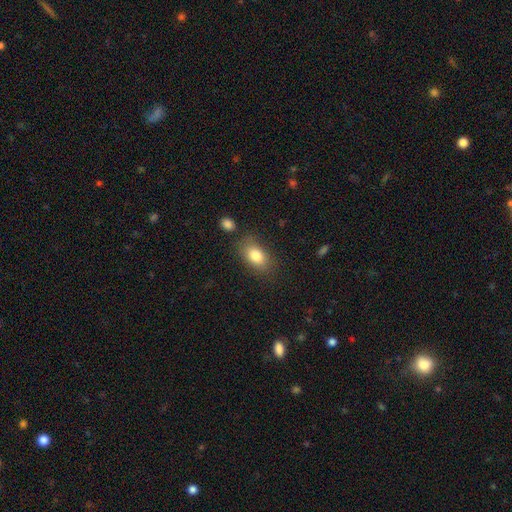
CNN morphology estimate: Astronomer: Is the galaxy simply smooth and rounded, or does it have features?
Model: smooth — 82%.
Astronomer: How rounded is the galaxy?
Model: in between — 88%.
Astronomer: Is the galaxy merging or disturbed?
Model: none — 77%.